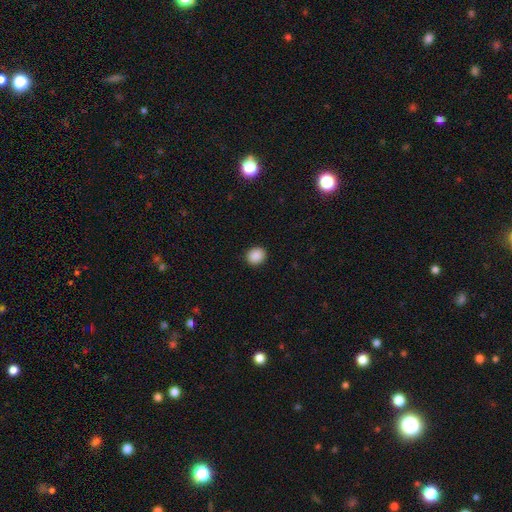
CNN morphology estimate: This appears to be a smooth galaxy with no disk features (89%) that is round (72%). Merging: none (91%).